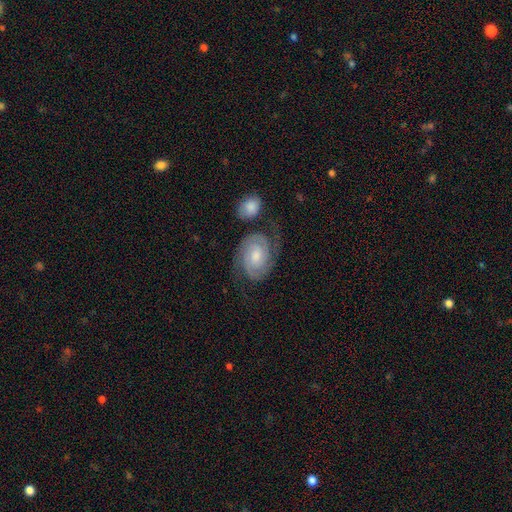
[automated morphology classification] featured or disk 82%, smooth 12%, star or artifact 6%. Down the decision tree: edge-on disk — no (98%); bar — no (63%); spiral arms — yes (97%); spiral arm count — 2 (86%); spiral winding — tight (58%); bulge size — moderate (54%); merging — none (69%).